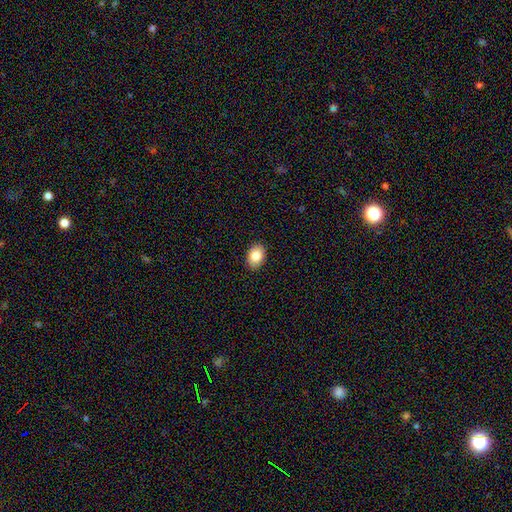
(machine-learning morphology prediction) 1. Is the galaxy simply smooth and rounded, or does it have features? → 86% smooth, 7% star or artifact, 7% featured or disk.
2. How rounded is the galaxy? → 78% in between, 21% round, 1% cigar-shaped.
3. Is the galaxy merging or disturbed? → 89% none, 8% minor disturbance, 2% major disturbance, 1% merger.